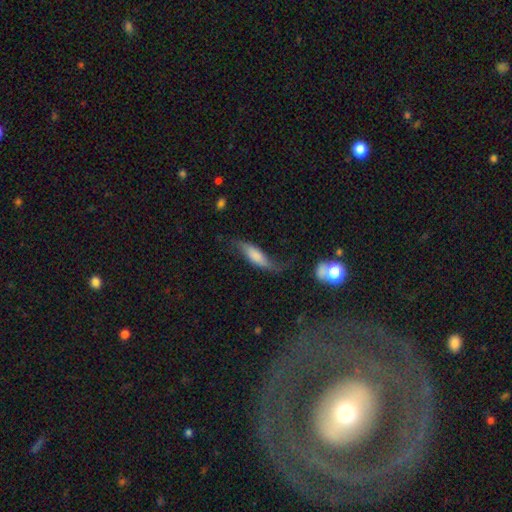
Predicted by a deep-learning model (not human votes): Q: Smooth or featured?
A: smooth (49%); runner-up: featured or disk (43%)
Q: Merging?
A: none (47%); runner-up: minor disturbance (28%)